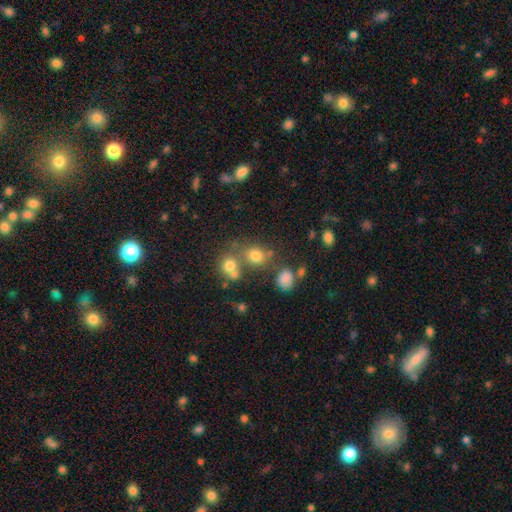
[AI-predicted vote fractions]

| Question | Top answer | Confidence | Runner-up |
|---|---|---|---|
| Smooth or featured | smooth | 73% | star or artifact (17%) |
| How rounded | round | 64% | in between (34%) |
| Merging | none | 57% | merger (25%) |